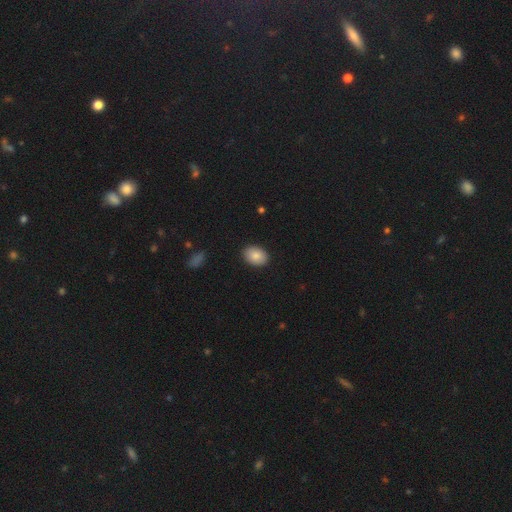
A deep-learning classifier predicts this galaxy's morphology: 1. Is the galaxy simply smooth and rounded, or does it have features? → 86% smooth, 7% star or artifact, 7% featured or disk.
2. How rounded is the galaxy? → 77% in between, 22% round, 1% cigar-shaped.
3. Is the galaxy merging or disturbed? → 89% none, 8% minor disturbance, 2% major disturbance, 1% merger.